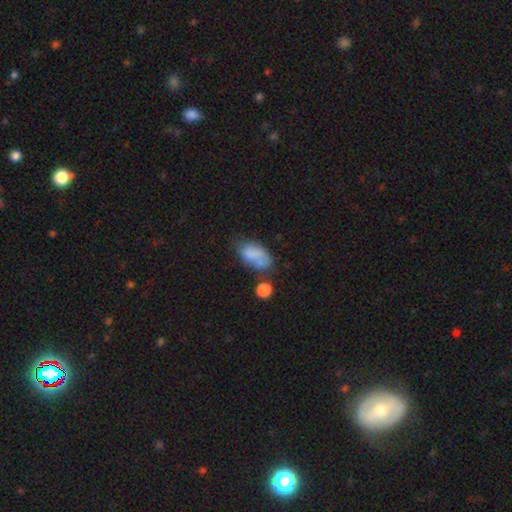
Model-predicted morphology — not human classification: Smooth or featured? smooth (72%)
How rounded? in between (91%)
Merging? none (37%)